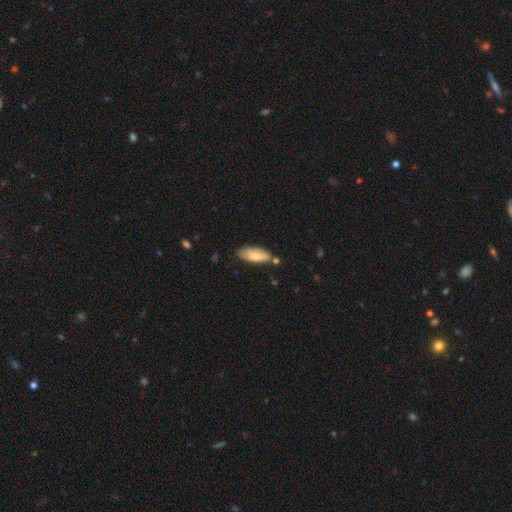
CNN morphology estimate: Overall: smooth (77%). How rounded: in between (75%). Merging: none (64%).